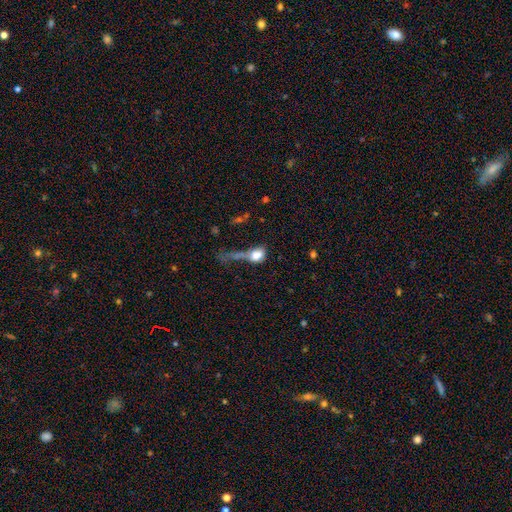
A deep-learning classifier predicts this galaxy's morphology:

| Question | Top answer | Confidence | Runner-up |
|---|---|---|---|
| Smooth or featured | smooth | 71% | featured or disk (18%) |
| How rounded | in between | 64% | round (31%) |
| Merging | major disturbance | 49% | merger (20%) |